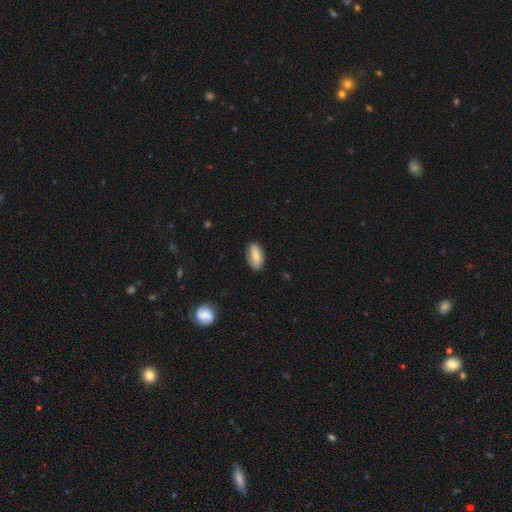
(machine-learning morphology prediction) Q: Smooth or featured?
A: smooth (75%); runner-up: featured or disk (18%)
Q: How rounded?
A: in between (88%); runner-up: cigar-shaped (9%)
Q: Merging?
A: none (77%); runner-up: minor disturbance (18%)